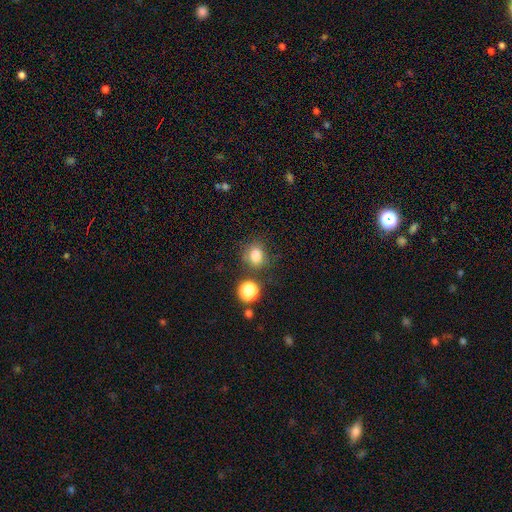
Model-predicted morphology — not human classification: Smooth or featured?
  - smooth: 79% *
  - star or artifact: 14%
  - featured or disk: 7%
How rounded?
  - round: 68% *
  - in between: 31%
  - cigar-shaped: 1%
Merging?
  - none: 75% *
  - minor disturbance: 13%
  - merger: 8%
  - major disturbance: 5%